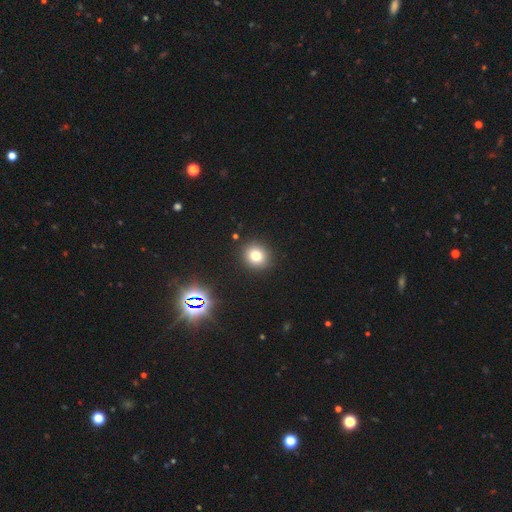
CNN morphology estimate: Overall: smooth (77%). How rounded: round (84%). Merging: none (90%).